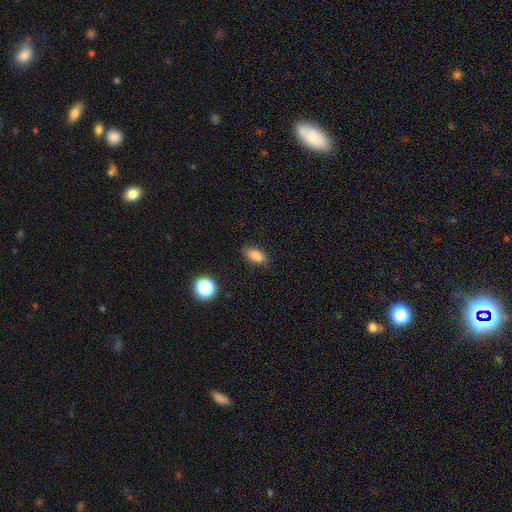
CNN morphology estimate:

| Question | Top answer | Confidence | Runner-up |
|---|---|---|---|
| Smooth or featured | smooth | 85% | star or artifact (10%) |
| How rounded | in between | 87% | round (7%) |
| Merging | none | 85% | minor disturbance (11%) |